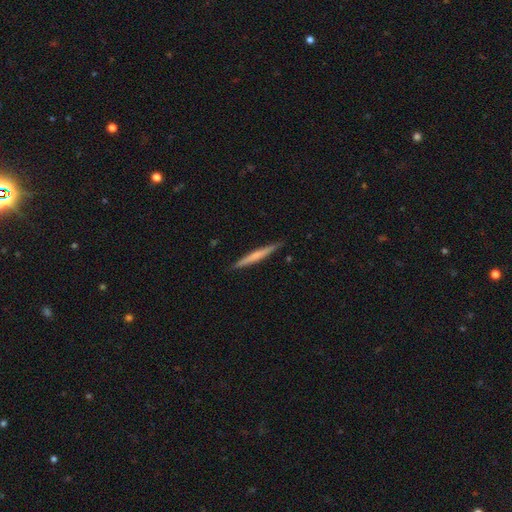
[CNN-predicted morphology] This is possibly a smooth galaxy (50%). Merging: clearly none (91%).